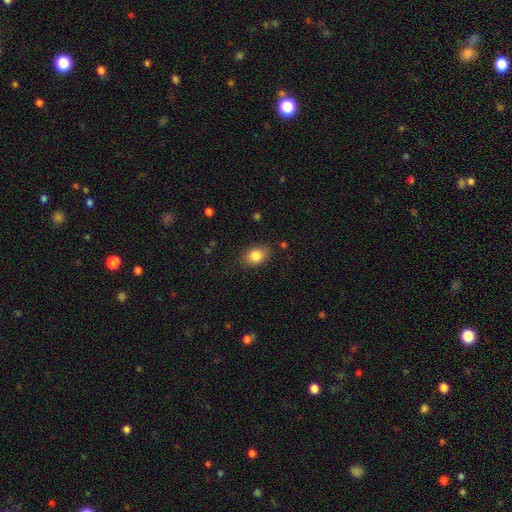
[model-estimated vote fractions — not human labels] Overall: smooth (84%). How rounded: in between (73%). Merging: none (82%).